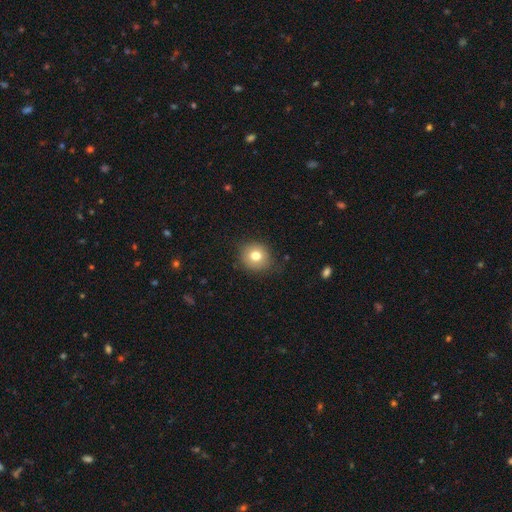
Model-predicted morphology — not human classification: smooth_or_featured: smooth (p=0.77) [alt: featured or disk p=0.12]
how_rounded: round (p=0.84) [alt: in between p=0.15]
merging: none (p=0.84) [alt: minor disturbance p=0.12]